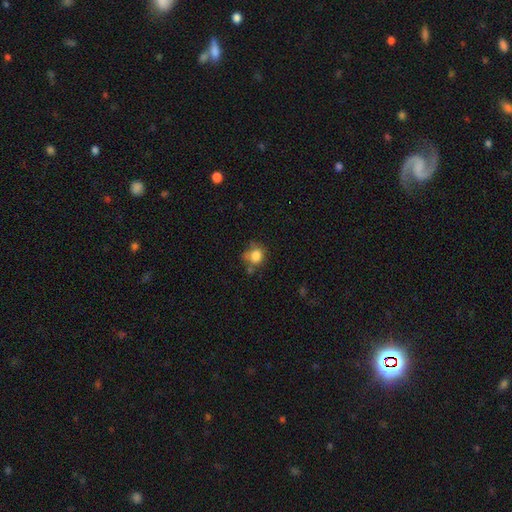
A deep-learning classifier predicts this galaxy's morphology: smooth 80%, star or artifact 11%, featured or disk 9%. Down the decision tree: how rounded — round (77%); merging — none (55%).